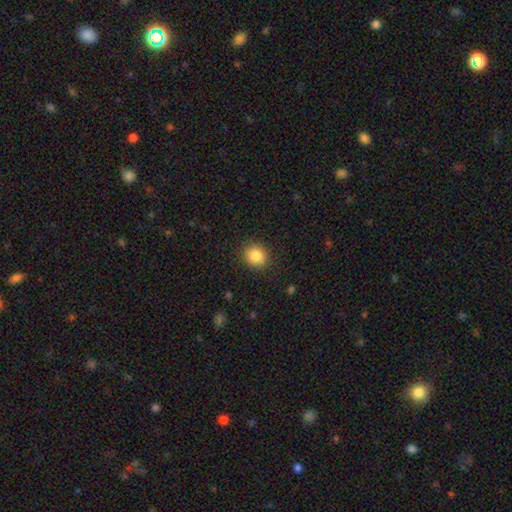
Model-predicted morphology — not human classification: Smooth or featured: smooth — 86% (star or artifact — 10%)
How rounded: round — 78% (in between — 21%)
Merging: none — 89% (minor disturbance — 7%)